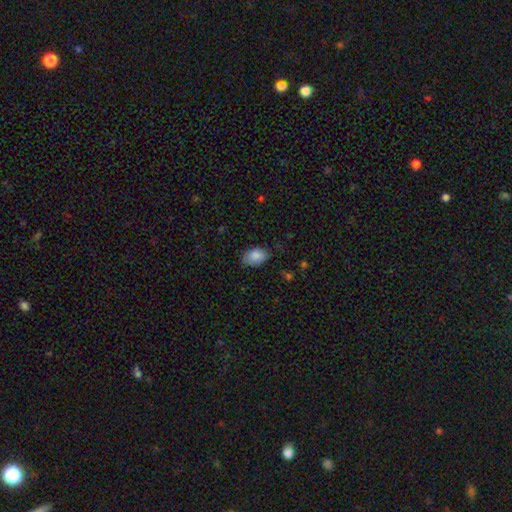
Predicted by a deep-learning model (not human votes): The model was most divided on "merging": none: 71%, minor disturbance: 23%, major disturbance: 4%, merger: 1%. More confident: how rounded — in between (89%); smooth or featured — smooth (87%).